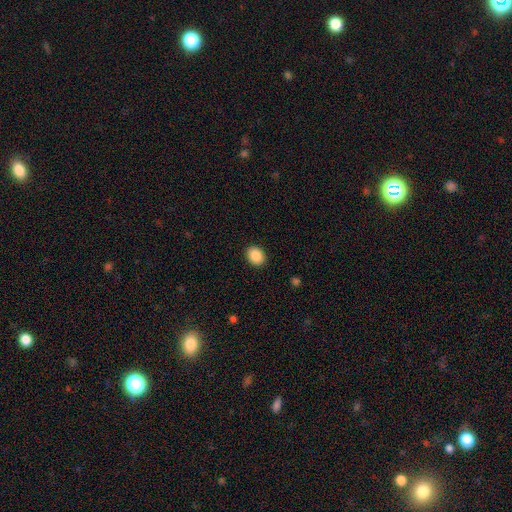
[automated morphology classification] smooth-or-featured: smooth: 89% | star or artifact: 8% | featured or disk: 3%
  how-rounded: in between: 60% | round: 39% | cigar-shaped: 1%
  merging: none: 91% | minor disturbance: 6% | major disturbance: 2% | merger: 1%